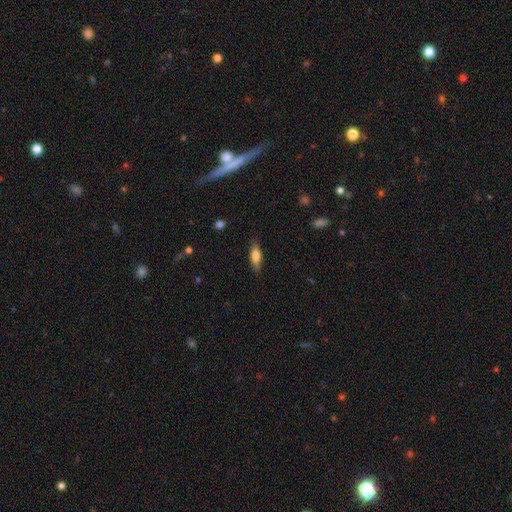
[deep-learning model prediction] Smooth or featured? smooth (74%)
How rounded? in between (58%)
Merging? none (82%)